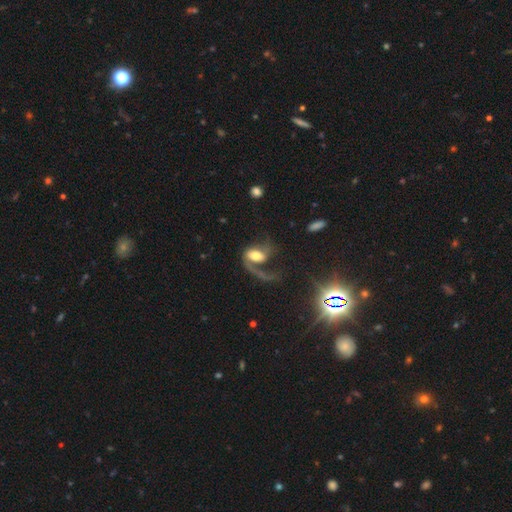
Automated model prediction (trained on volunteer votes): Q: Smooth or featured?
A: featured or disk (67%); runner-up: smooth (25%)
Q: Edge-on disk?
A: no (96%); runner-up: yes (4%)
Q: Bar?
A: no (43%); runner-up: weak (37%)
Q: Spiral arms?
A: yes (86%); runner-up: no (14%)
Q: Spiral winding?
A: loose (60%); runner-up: medium (31%)
Q: Spiral arm count?
A: 1 (61%); runner-up: 2 (33%)
Q: Bulge size?
A: moderate (48%); runner-up: large (31%)
Q: Merging?
A: major disturbance (51%); runner-up: none (30%)